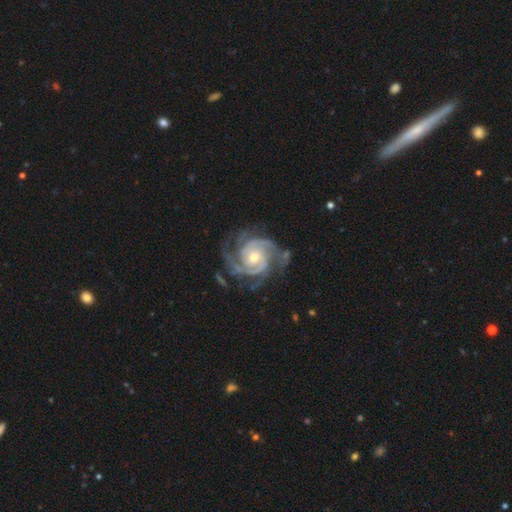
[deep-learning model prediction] This appears to be a featured or disk galaxy (93%) with no bar (66%), 3 (41%) tight (69%) spiral arms (99%) and a moderate central bulge (50%). Merging: none (76%).